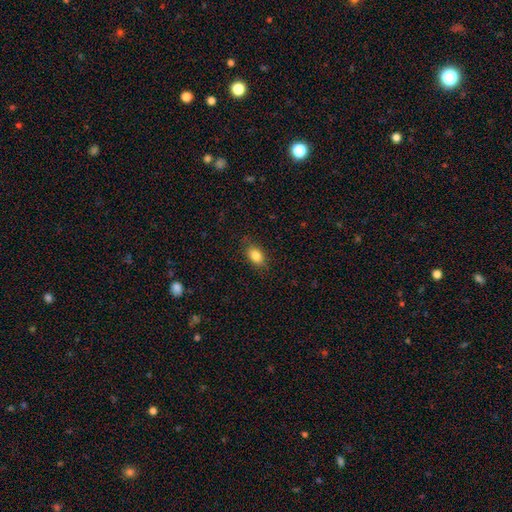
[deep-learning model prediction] The model was most divided on "how rounded": in between: 84%, round: 13%, cigar-shaped: 3%. More confident: smooth or featured — smooth (84%); merging — none (84%).